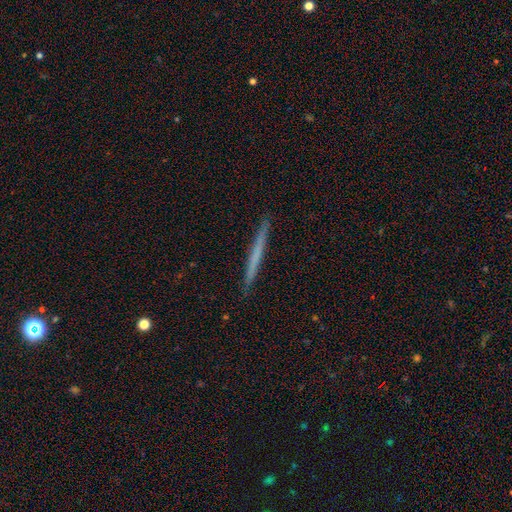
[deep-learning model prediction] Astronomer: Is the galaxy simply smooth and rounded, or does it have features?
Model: smooth — 53% (runner-up: featured or disk, 41%).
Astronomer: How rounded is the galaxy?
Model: cigar-shaped — 97%.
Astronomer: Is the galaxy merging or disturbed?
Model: none — 92%.